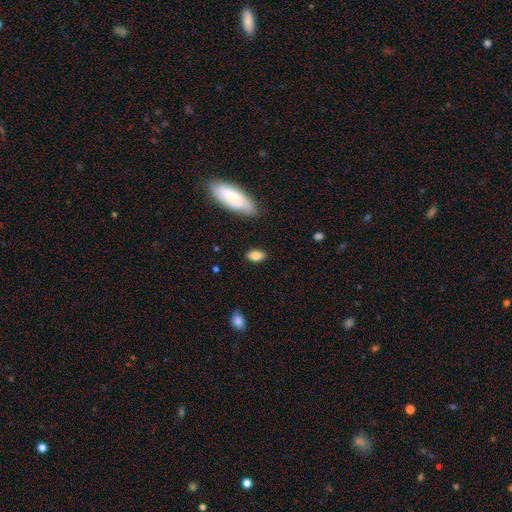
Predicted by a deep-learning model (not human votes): smooth-or-featured: smooth: 81% | featured or disk: 11% | star or artifact: 7%
  how-rounded: in between: 87% | cigar-shaped: 8% | round: 5%
  merging: none: 82% | minor disturbance: 14% | major disturbance: 3% | merger: 2%